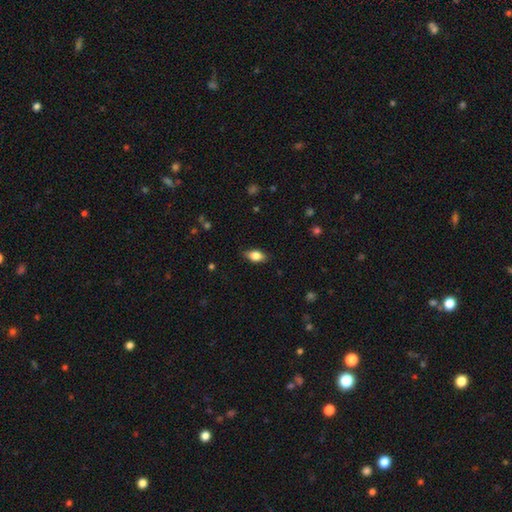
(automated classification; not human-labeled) A smooth galaxy with no disk features (76%) that is in between round and cigar-shaped (85%). Merging: none (83%).